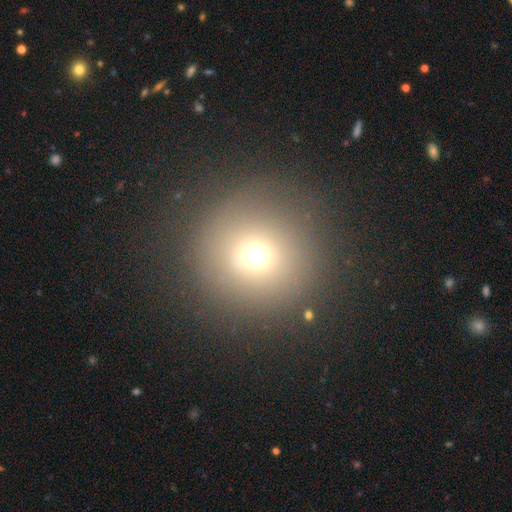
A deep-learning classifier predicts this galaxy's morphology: A smooth galaxy with no disk features (68%) that is round (95%). Merging: none (87%).